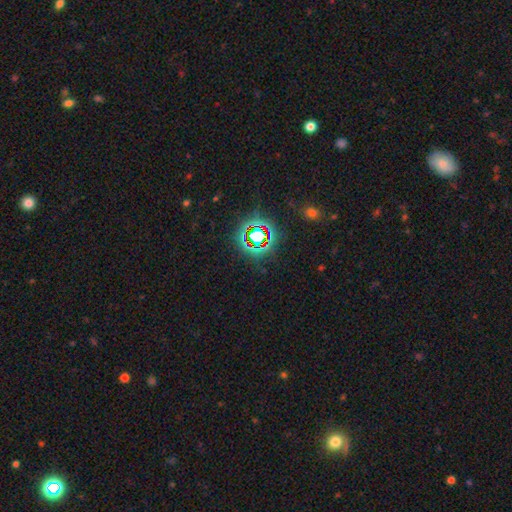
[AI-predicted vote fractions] This appears to be a star or artifact, not a galaxy (71%).